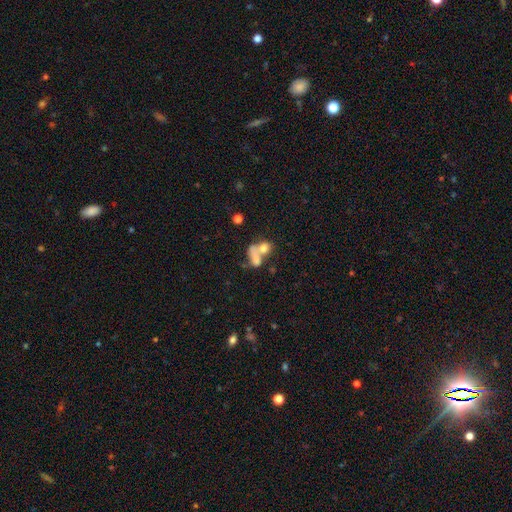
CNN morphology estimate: A smooth galaxy with no disk features (66%) that is in between round and cigar-shaped (65%). Merging: merger (59%).